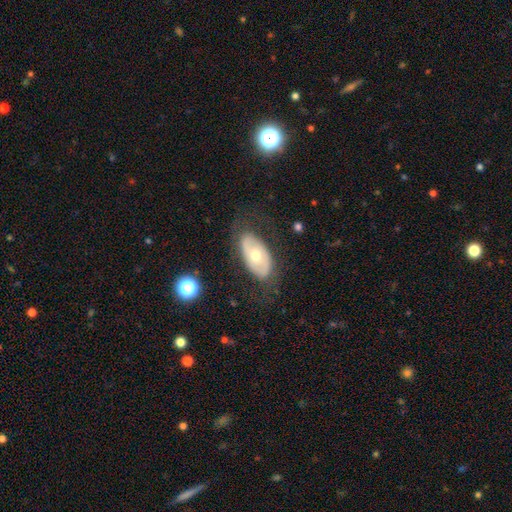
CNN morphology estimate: smooth_or_featured: featured or disk (p=0.54) [alt: smooth p=0.40]
disk_edge_on: no (p=0.89) [alt: yes p=0.11]
merging: none (p=0.73) [alt: minor disturbance p=0.17]